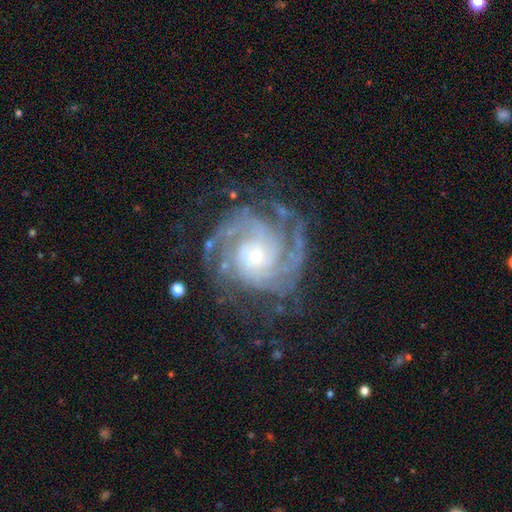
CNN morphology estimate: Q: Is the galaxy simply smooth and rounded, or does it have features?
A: featured or disk — 90%.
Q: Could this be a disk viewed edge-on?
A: no — 98%.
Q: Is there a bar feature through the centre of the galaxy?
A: no — 72%.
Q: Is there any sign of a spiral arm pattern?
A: yes — 98%.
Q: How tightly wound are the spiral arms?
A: tight — 67%.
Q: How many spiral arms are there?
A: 3 — 23%.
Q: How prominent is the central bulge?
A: small — 63%.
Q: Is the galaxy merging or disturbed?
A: none — 71%.